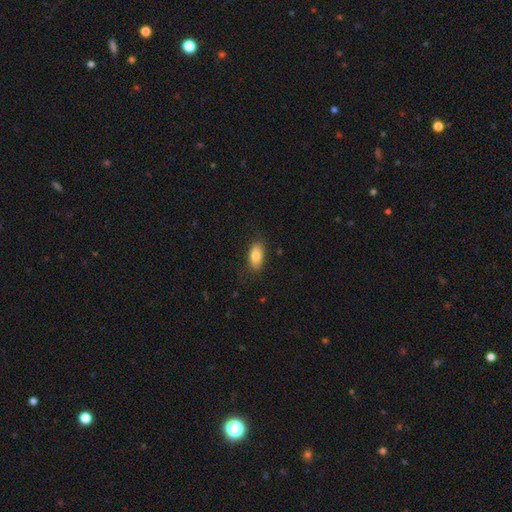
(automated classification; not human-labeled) Smooth or featured?
  - smooth: 82% *
  - featured or disk: 11%
  - star or artifact: 7%
How rounded?
  - in between: 89% *
  - cigar-shaped: 8%
  - round: 3%
Merging?
  - none: 82% *
  - minor disturbance: 13%
  - major disturbance: 3%
  - merger: 1%